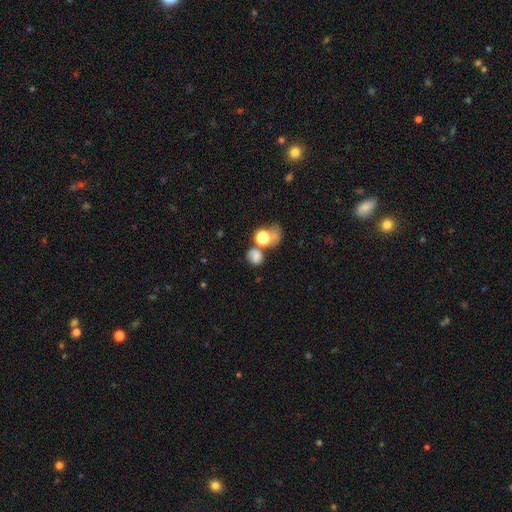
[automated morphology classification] smooth-or-featured: smooth: 69% | star or artifact: 16% | featured or disk: 15%
  how-rounded: round: 67% | in between: 32% | cigar-shaped: 1%
  merging: none: 41% | merger: 30% | minor disturbance: 16% | major disturbance: 13%